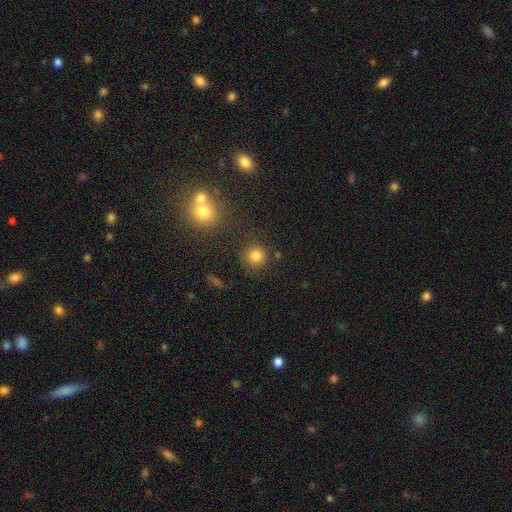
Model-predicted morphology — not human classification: This appears to be a smooth galaxy with no disk features (80%) that is round (92%). Merging: none (83%).